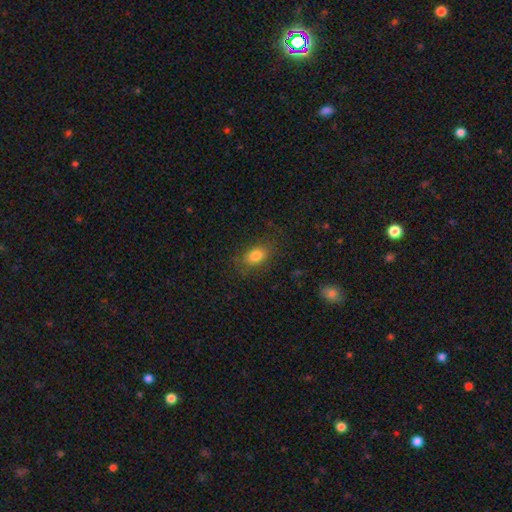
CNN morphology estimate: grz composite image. It shows a smooth galaxy with no disk features (80%) that is in between round and cigar-shaped (81%). Merging: none (75%).